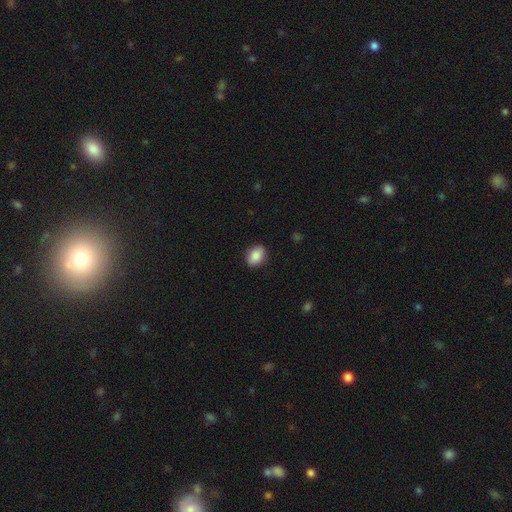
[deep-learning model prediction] smooth_or_featured: smooth (p=0.88) [alt: star or artifact p=0.07]
how_rounded: in between (p=0.72) [alt: round p=0.27]
merging: none (p=0.88) [alt: minor disturbance p=0.09]